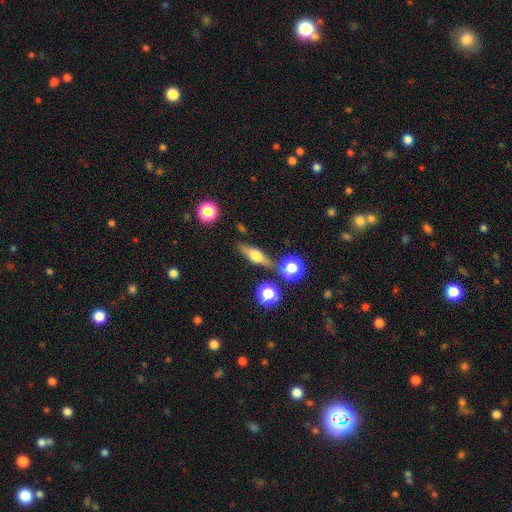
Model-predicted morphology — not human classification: Smooth or featured? featured or disk (51%)
Edge-on disk? yes (89%)
Merging? none (80%)